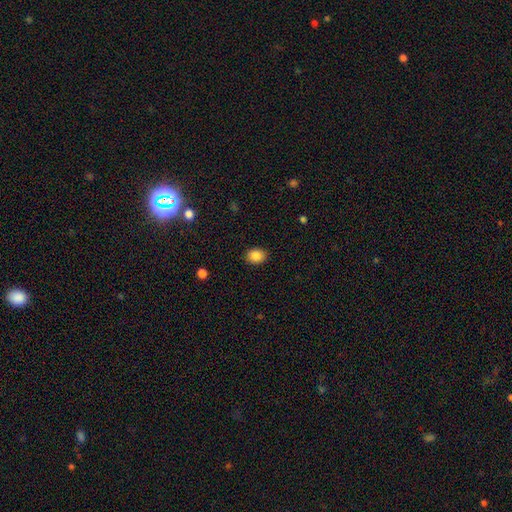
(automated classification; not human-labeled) Smooth or featured: smooth — 87% (star or artifact — 9%)
How rounded: in between — 53% (round — 46%)
Merging: none — 89% (minor disturbance — 8%)